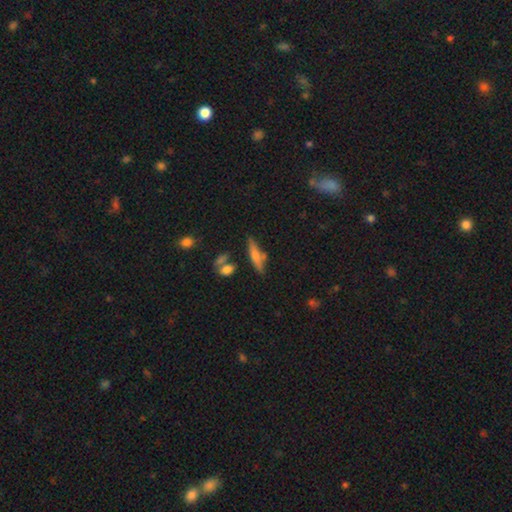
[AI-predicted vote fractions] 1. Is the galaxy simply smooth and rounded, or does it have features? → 52% smooth, 40% featured or disk, 9% star or artifact.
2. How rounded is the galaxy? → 73% cigar-shaped, 24% in between, 3% round.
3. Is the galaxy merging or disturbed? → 68% none, 16% minor disturbance, 12% merger, 5% major disturbance.